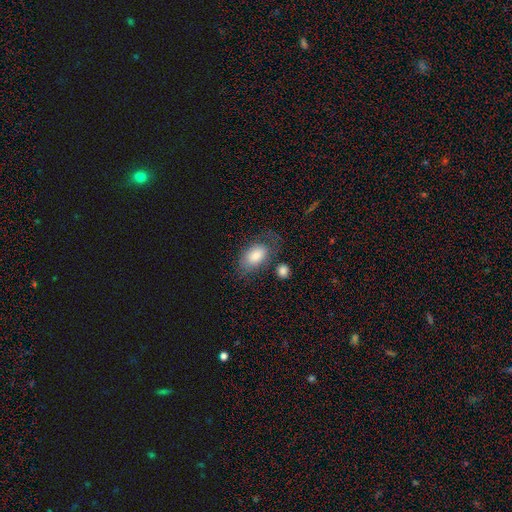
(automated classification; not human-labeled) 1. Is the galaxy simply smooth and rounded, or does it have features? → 77% smooth, 15% featured or disk, 7% star or artifact.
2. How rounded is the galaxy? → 91% in between, 8% round, 2% cigar-shaped.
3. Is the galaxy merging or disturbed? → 52% none, 24% minor disturbance, 17% major disturbance, 8% merger.